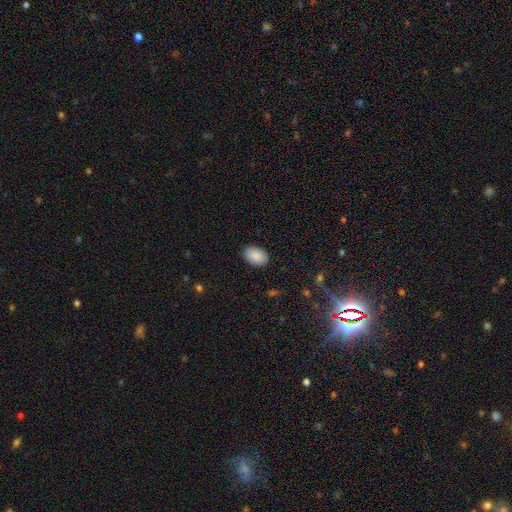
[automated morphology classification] smooth_or_featured: smooth (p=0.90) [alt: star or artifact p=0.07]
how_rounded: in between (p=0.88) [alt: round p=0.11]
merging: none (p=0.89) [alt: minor disturbance p=0.08]